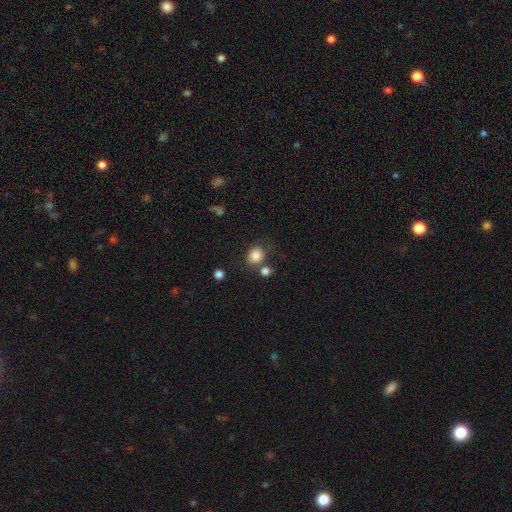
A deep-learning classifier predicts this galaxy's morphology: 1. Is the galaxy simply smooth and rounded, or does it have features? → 84% smooth, 10% star or artifact, 6% featured or disk.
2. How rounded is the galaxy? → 74% round, 25% in between, 1% cigar-shaped.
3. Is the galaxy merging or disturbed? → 66% none, 15% merger, 14% minor disturbance, 6% major disturbance.